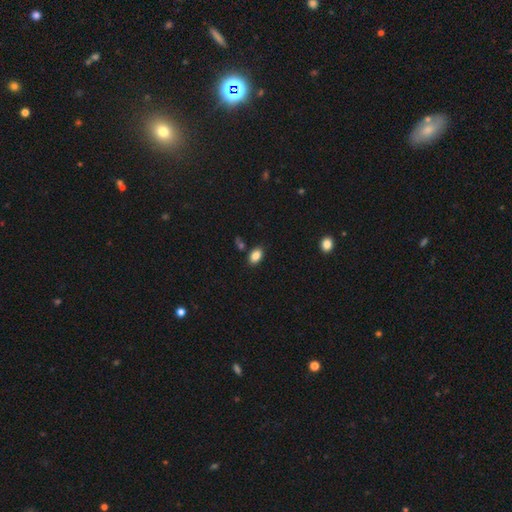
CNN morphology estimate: This is clearly a smooth galaxy (86%). How rounded: clearly in between (88%). Merging: clearly none (83%).